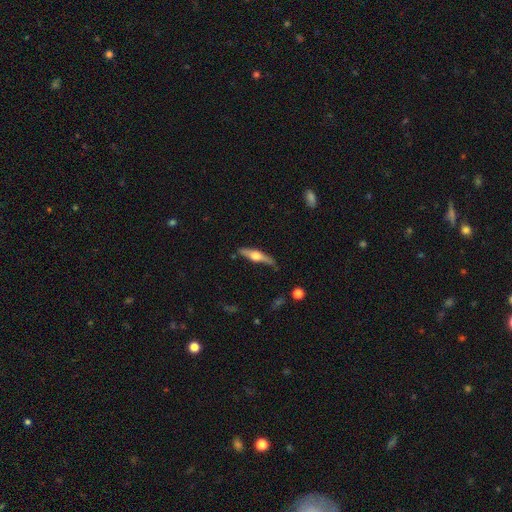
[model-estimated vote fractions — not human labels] This is likely a featured or disk galaxy (65%). It is clearly viewed edge-on (96%). Edge-on bulge: clearly rounded (93%). Merging: likely none (78%).